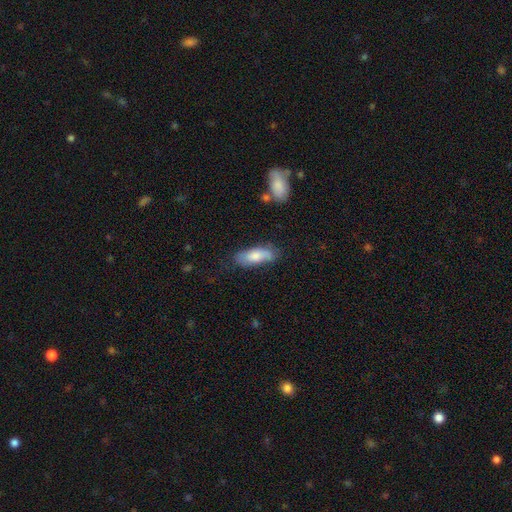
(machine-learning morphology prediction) This is likely a smooth galaxy (73%). How rounded: likely in between (68%). Merging: likely none (67%).